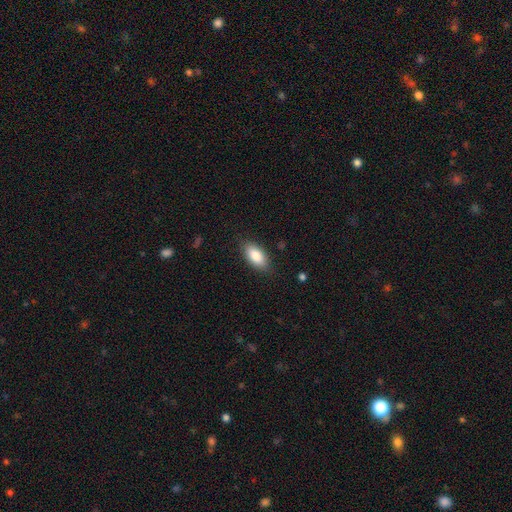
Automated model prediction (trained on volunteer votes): A smooth galaxy with no disk features (85%) that is in between round and cigar-shaped (90%).

Vote fractions:
- Smooth or featured? smooth: 85% / featured or disk: 9% / star or artifact: 6%
- How rounded? in between: 90% / cigar-shaped: 8% / round: 3%
- Merging? none: 85% / minor disturbance: 12% / major disturbance: 3% / merger: 1%